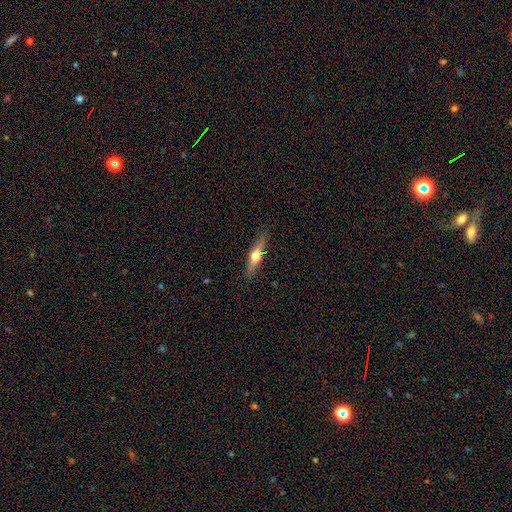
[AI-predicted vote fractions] featured or disk 54%, smooth 40%, star or artifact 6%. Down the decision tree: edge-on disk — yes (94%); edge-on bulge — rounded (93%); merging — none (87%).